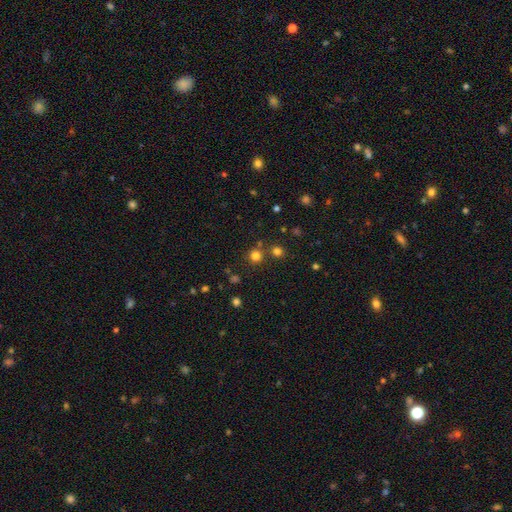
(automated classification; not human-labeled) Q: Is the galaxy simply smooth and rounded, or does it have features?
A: smooth — 75%.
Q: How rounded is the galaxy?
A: round — 93%.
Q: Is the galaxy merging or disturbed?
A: none — 79%.